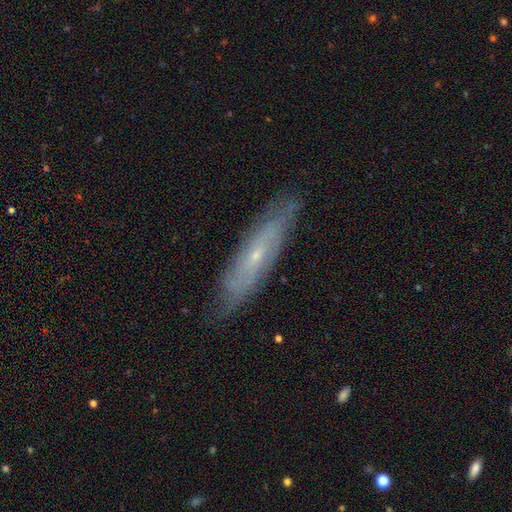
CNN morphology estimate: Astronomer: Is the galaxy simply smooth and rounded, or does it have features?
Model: featured or disk — 69%.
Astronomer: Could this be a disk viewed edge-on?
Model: no — 60% (runner-up: yes, 40%).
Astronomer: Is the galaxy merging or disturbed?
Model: none — 81%.